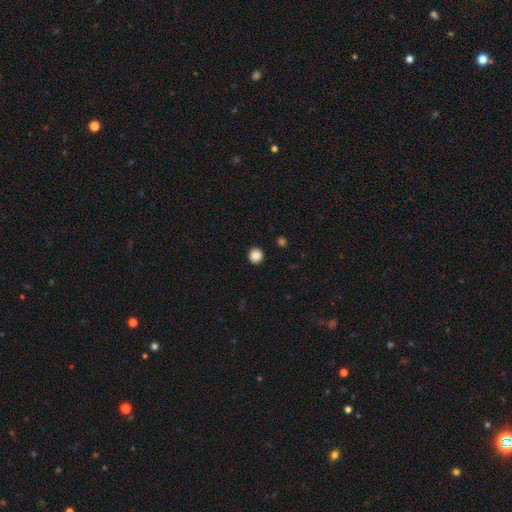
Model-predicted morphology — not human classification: A smooth galaxy with no disk features (87%) that is round (92%).

Vote fractions:
- Smooth or featured? smooth: 87% / star or artifact: 9% / featured or disk: 3%
- How rounded? round: 92% / in between: 7% / cigar-shaped: 1%
- Merging? none: 93% / minor disturbance: 5% / major disturbance: 2% / merger: 1%